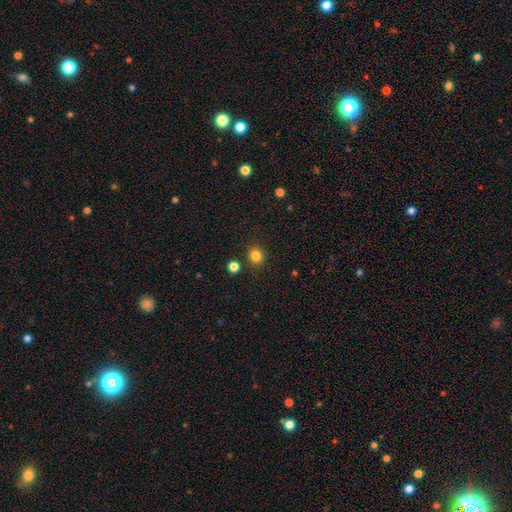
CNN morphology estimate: Smooth or featured? Predicted: smooth (p=0.83). How rounded? Predicted: round (p=0.84). Merging? Predicted: none (p=0.86).